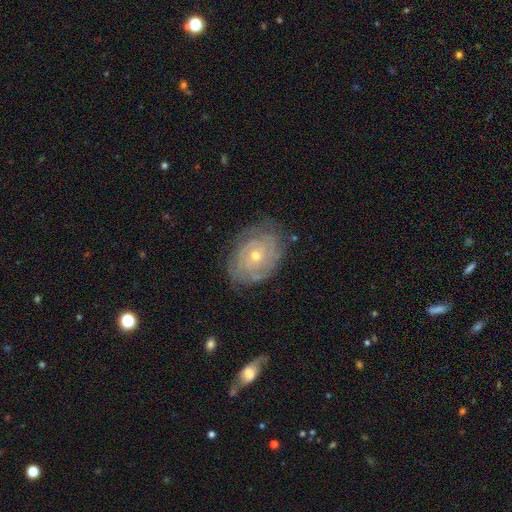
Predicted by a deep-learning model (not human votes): Smooth or featured? Predicted: featured or disk (p=0.85). Edge-on disk? Predicted: no (p=0.97). Bar? Predicted: no (p=0.79). Spiral arms? Predicted: yes (p=0.95). Spiral winding? Predicted: tight (p=0.81). Spiral arm count? Predicted: can't tell (p=0.33). Bulge size? Predicted: small (p=0.56). Merging? Predicted: none (p=0.78).